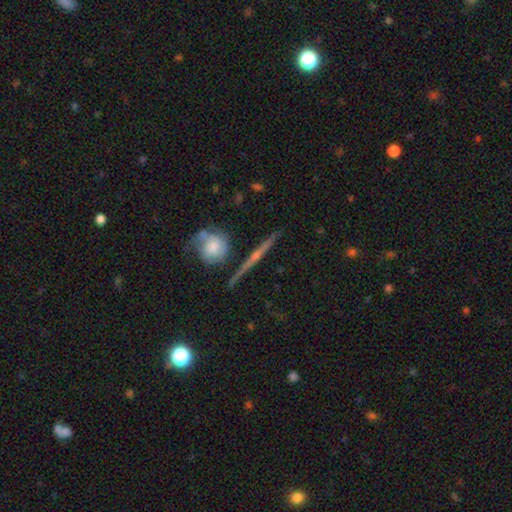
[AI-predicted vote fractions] This is likely a featured or disk galaxy (79%). It is clearly viewed edge-on (94%). Edge-on bulge: likely rounded (72%). Merging: clearly none (83%).